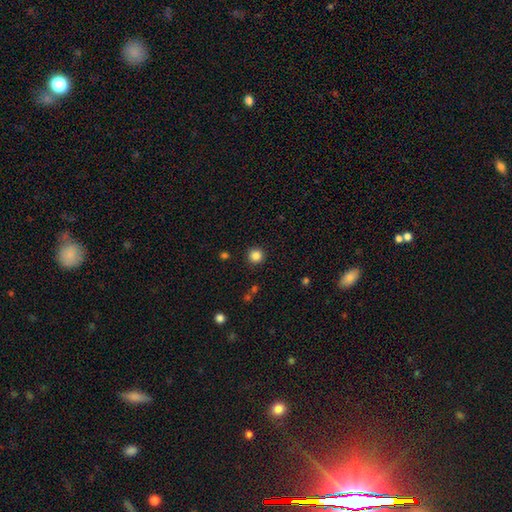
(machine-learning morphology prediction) Smooth or featured? smooth (84%)
How rounded? round (95%)
Merging? none (92%)